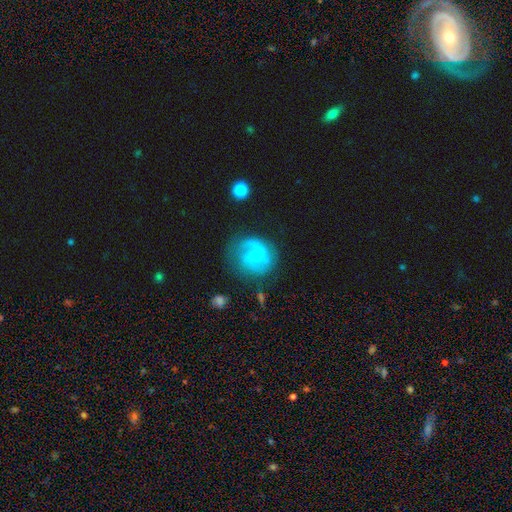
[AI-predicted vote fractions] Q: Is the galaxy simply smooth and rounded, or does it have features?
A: featured or disk — 81%.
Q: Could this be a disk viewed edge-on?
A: no — 98%.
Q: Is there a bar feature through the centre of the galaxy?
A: no — 62%.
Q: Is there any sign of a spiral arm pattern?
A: yes — 94%.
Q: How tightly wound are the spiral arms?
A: medium — 49%.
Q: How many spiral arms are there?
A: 2 — 60%.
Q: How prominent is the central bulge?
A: small — 76%.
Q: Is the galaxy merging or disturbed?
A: none — 64%.